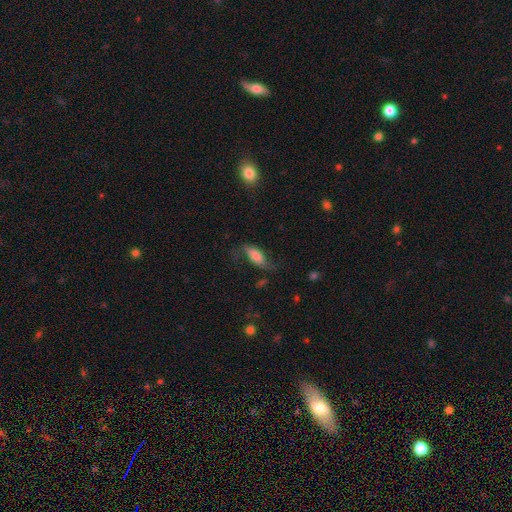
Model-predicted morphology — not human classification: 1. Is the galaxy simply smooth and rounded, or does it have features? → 51% smooth, 40% featured or disk, 9% star or artifact.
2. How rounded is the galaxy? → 83% in between, 13% cigar-shaped, 4% round.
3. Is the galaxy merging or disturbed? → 55% none, 23% minor disturbance, 19% major disturbance, 2% merger.